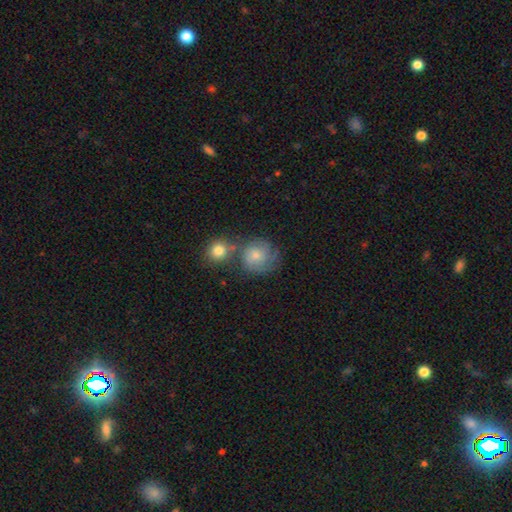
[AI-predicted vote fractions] Q: Smooth or featured?
A: smooth (53%); runner-up: featured or disk (37%)
Q: How rounded?
A: round (83%); runner-up: in between (16%)
Q: Merging?
A: none (54%); runner-up: minor disturbance (19%)